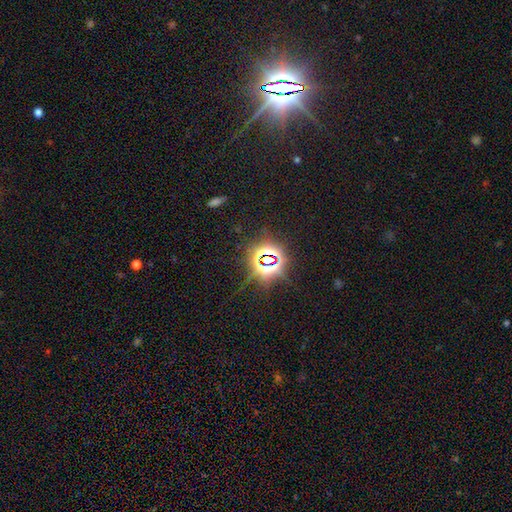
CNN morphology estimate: type=star or artifact (82%).